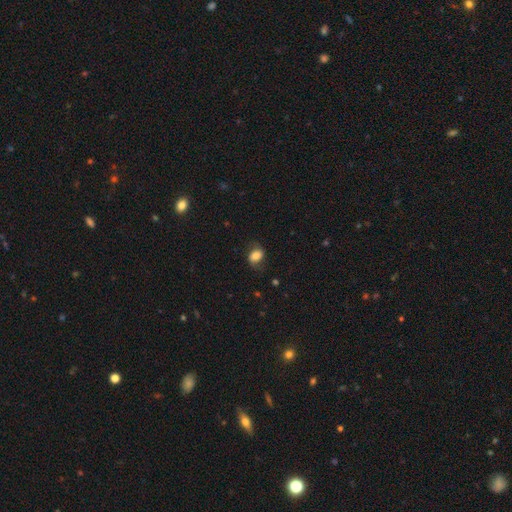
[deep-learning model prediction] The model was most divided on "how rounded": in between: 66%, round: 33%, cigar-shaped: 1%. More confident: smooth or featured — smooth (75%); merging — none (68%).